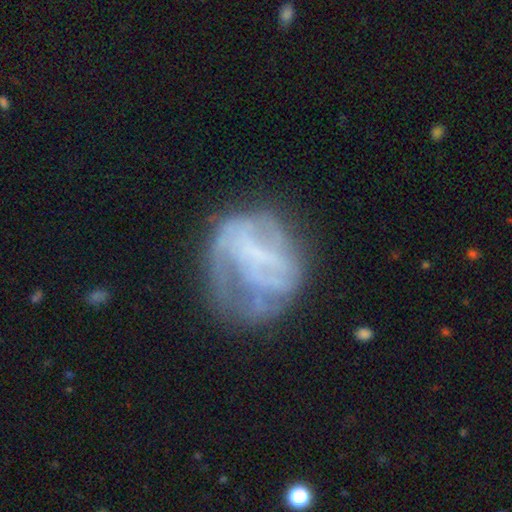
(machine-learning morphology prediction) A featured or disk galaxy (62%) with no bar (54%), no spiral arms (58%) and no central bulge (69%). Merging: none (43%).